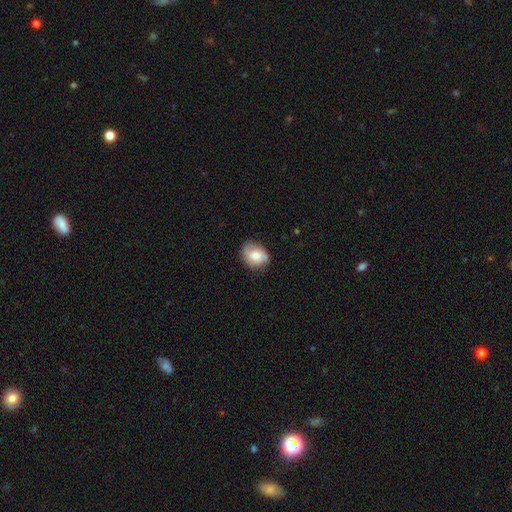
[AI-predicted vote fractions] smooth_or_featured: smooth (p=0.65) [alt: featured or disk p=0.27]
how_rounded: in between (p=0.53) [alt: round p=0.46]
merging: none (p=0.74) [alt: minor disturbance p=0.20]